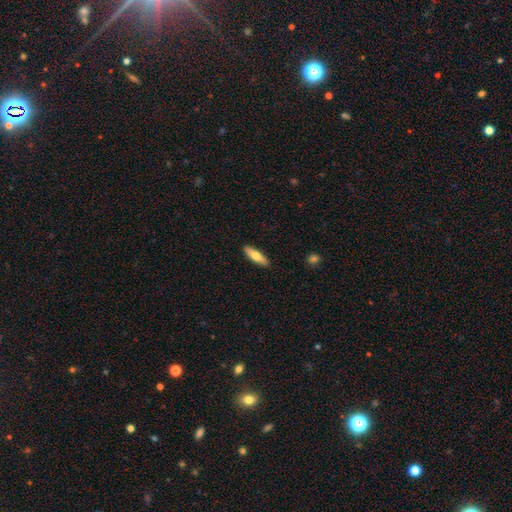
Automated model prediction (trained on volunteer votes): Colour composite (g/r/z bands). It shows a smooth galaxy with no disk features (68%) that is cigar-shaped (57%). Merging: none (90%).